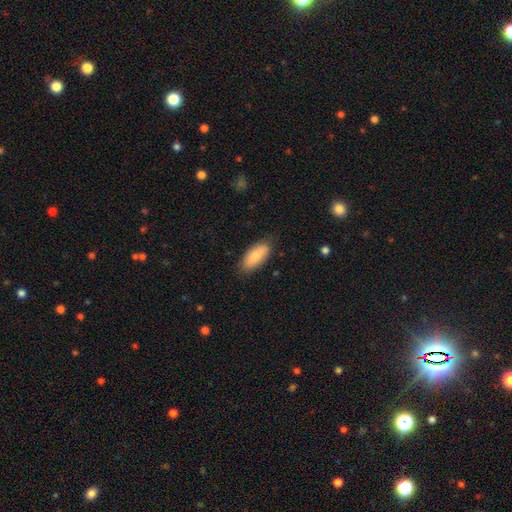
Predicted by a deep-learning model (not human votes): smooth 80%, featured or disk 14%, star or artifact 6%. Down the decision tree: how rounded — in between (85%); merging — none (81%).